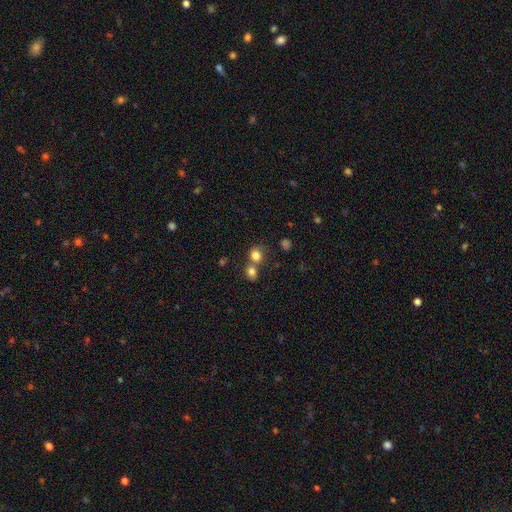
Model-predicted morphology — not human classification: The model was most divided on "merging": none: 46%, merger: 42%, minor disturbance: 9%, major disturbance: 4%. More confident: smooth or featured — smooth (80%); how rounded — round (73%).